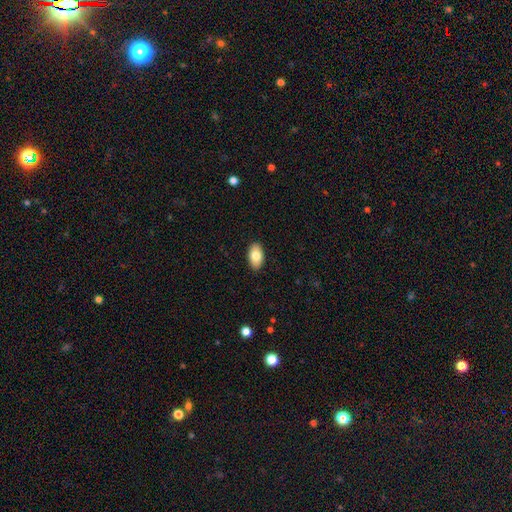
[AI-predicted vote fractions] Morphology: type=smooth (80%); roundness=in between (94%); merging=none (90%).